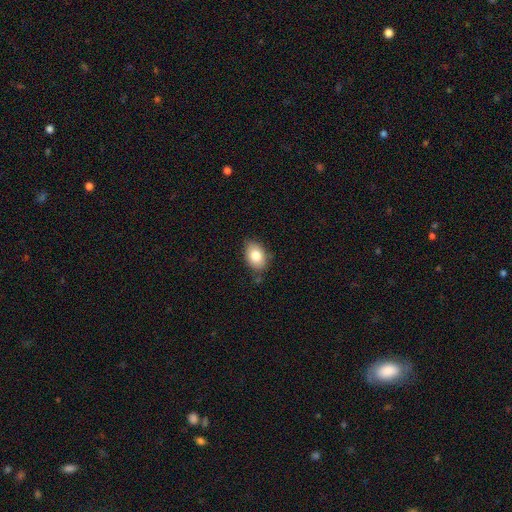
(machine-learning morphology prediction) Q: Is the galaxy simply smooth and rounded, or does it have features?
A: smooth — 81%.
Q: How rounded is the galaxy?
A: in between — 81%.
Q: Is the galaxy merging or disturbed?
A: none — 75%.